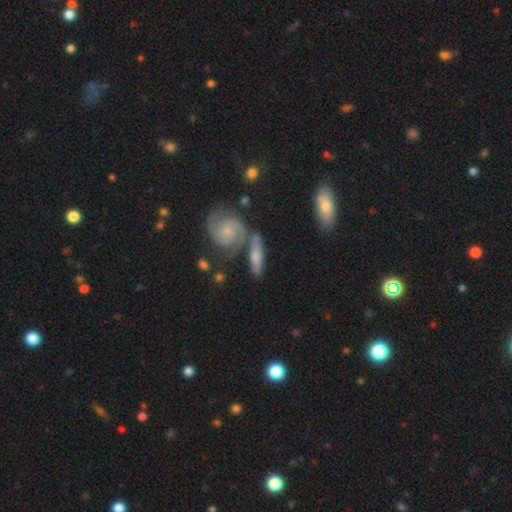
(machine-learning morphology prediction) Overall: featured or disk (56%; smooth 34%). Edge-on disk: no (58%; yes 42%). Merging: none (58%; merger 21%).